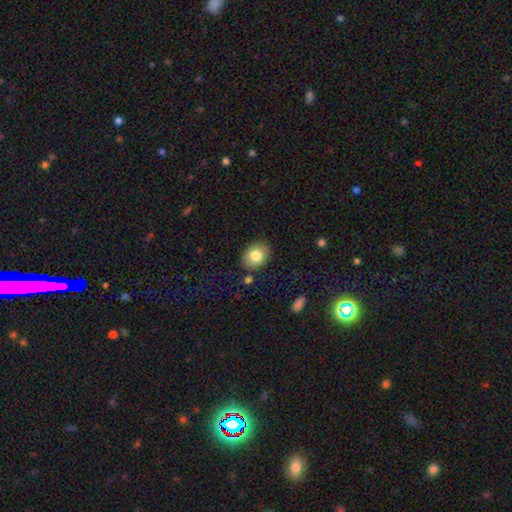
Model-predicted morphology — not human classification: Q: Smooth or featured?
A: smooth (81%); runner-up: featured or disk (11%)
Q: How rounded?
A: in between (51%); runner-up: round (48%)
Q: Merging?
A: none (84%); runner-up: minor disturbance (10%)